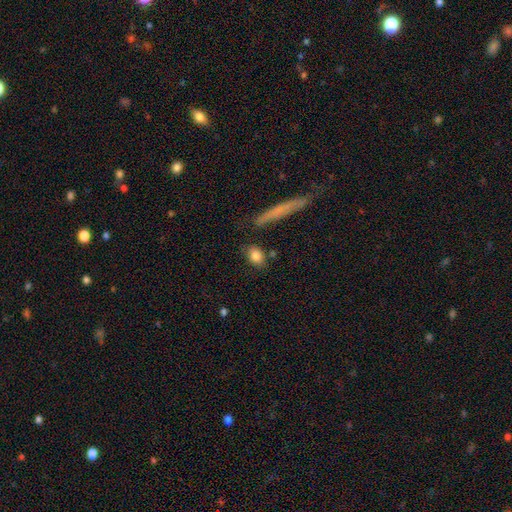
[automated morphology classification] Q: Smooth or featured?
A: smooth (83%); runner-up: featured or disk (9%)
Q: How rounded?
A: in between (71%); runner-up: round (23%)
Q: Merging?
A: none (74%); runner-up: minor disturbance (15%)